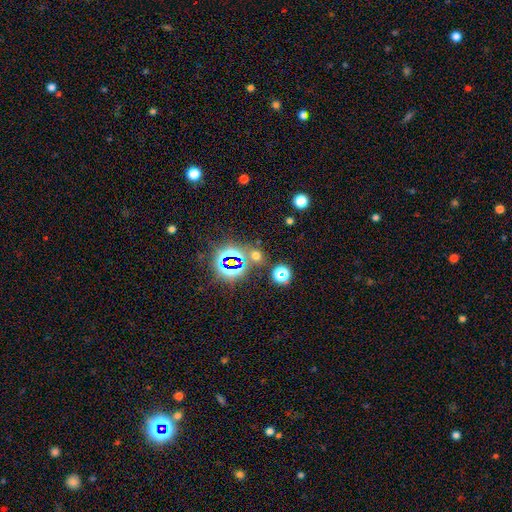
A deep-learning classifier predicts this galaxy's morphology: Q: Smooth or featured?
A: star or artifact (53%); runner-up: smooth (39%)